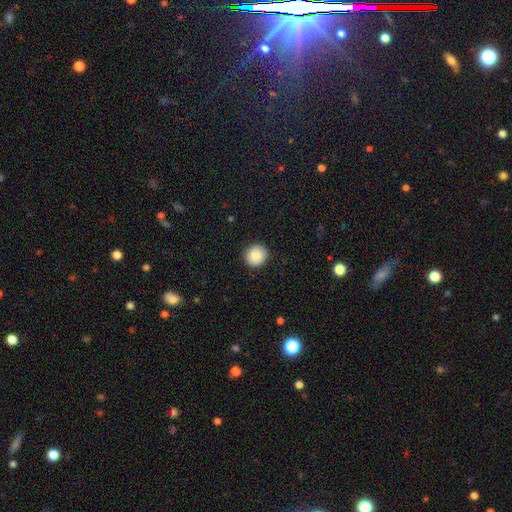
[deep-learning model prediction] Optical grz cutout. It shows a smooth galaxy with no disk features (86%) that is round (92%). Merging: none (91%).